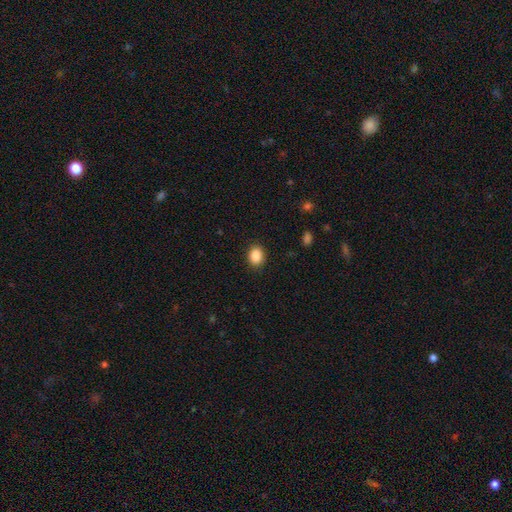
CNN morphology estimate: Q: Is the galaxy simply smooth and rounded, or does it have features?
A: smooth — 88%.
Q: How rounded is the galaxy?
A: in between — 56%.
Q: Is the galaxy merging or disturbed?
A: none — 89%.